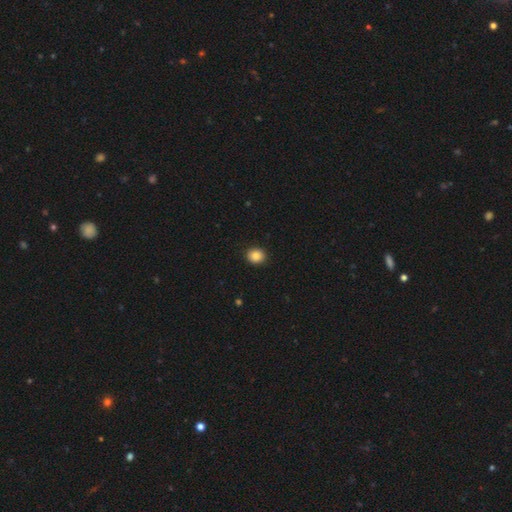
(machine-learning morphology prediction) Smooth or featured: smooth — 85% (star or artifact — 10%)
How rounded: round — 78% (in between — 21%)
Merging: none — 92% (minor disturbance — 6%)